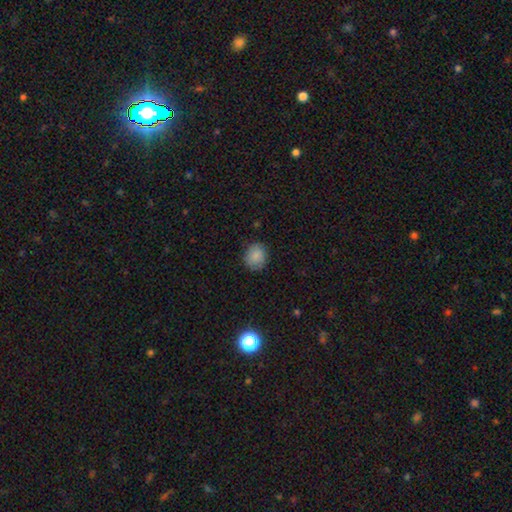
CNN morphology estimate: A smooth galaxy with no disk features (87%) that is round (70%). Merging: none (84%).